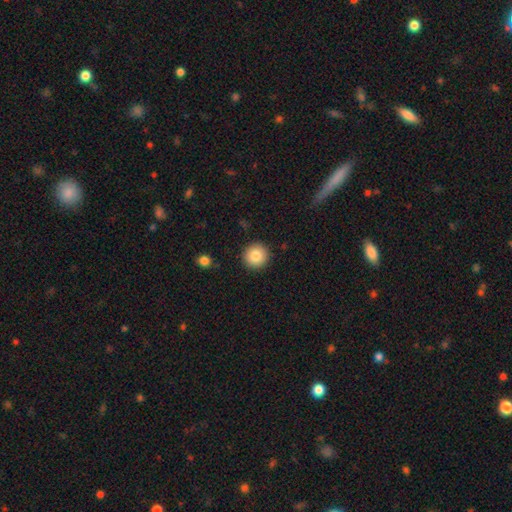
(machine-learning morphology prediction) The model was most divided on "smooth or featured": smooth: 84%, star or artifact: 9%, featured or disk: 7%. More confident: how rounded — round (95%); merging — none (92%).